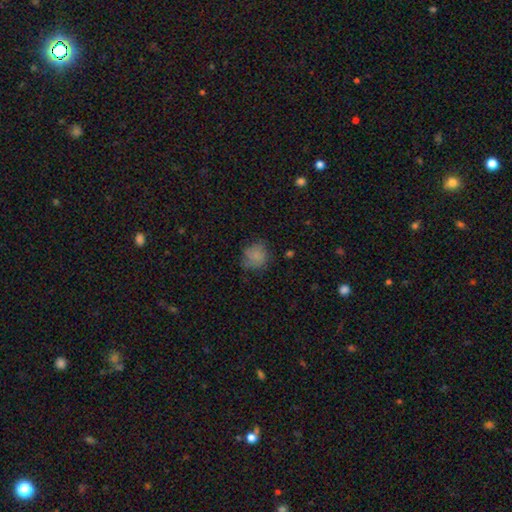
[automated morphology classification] A smooth galaxy with no disk features (77%) that is round (77%).

Vote fractions:
- Smooth or featured? smooth: 77% / star or artifact: 12% / featured or disk: 11%
- How rounded? round: 77% / in between: 22% / cigar-shaped: 1%
- Merging? none: 63% / minor disturbance: 25% / major disturbance: 10% / merger: 2%